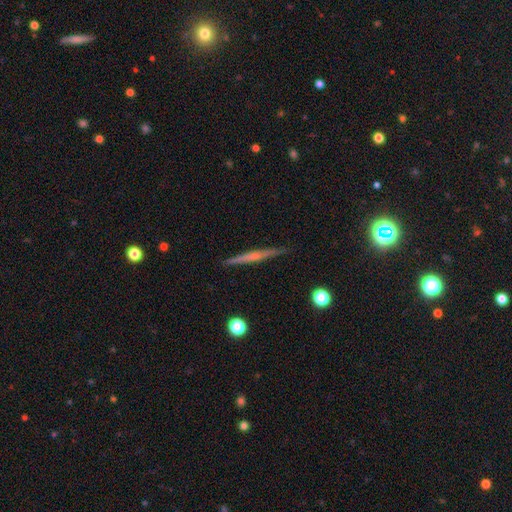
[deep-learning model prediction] smooth-or-featured: featured or disk: 62% | smooth: 30% | star or artifact: 7%
  disk-edge-on: yes: 98% | no: 2%
    edge-on-bulge: none: 56% | rounded: 34% | boxy: 10%
  merging: none: 91% | minor disturbance: 7% | major disturbance: 1% | merger: 1%